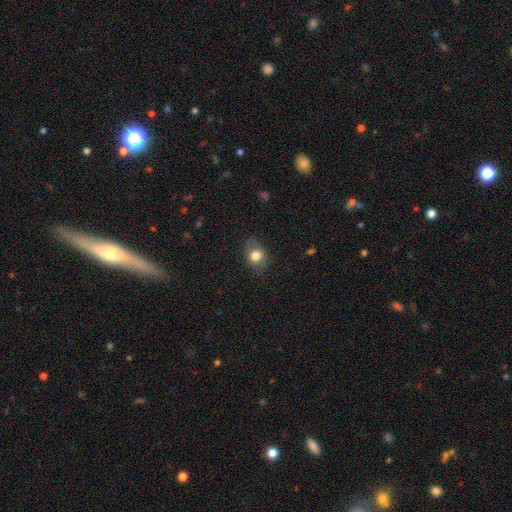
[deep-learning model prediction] The model was most divided on "how rounded": in between: 57%, round: 41%, cigar-shaped: 1%. More confident: merging — none (79%); smooth or featured — smooth (77%).